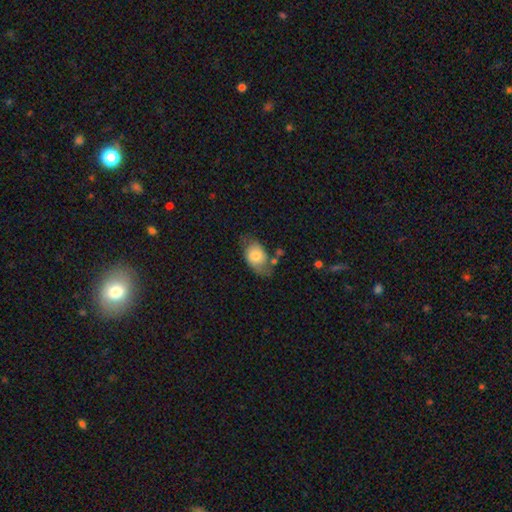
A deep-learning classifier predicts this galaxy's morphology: Smooth or featured? Predicted: smooth (p=0.67). How rounded? Predicted: in between (p=0.83). Merging? Predicted: none (p=0.50).